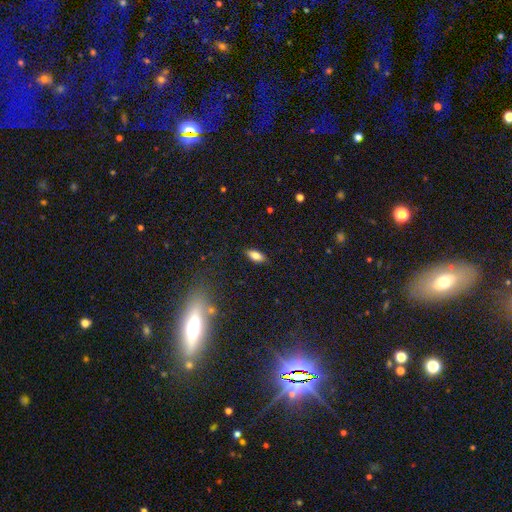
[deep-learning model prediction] Smooth or featured: smooth — 79% (featured or disk — 12%)
How rounded: in between — 85% (cigar-shaped — 12%)
Merging: none — 87% (minor disturbance — 10%)